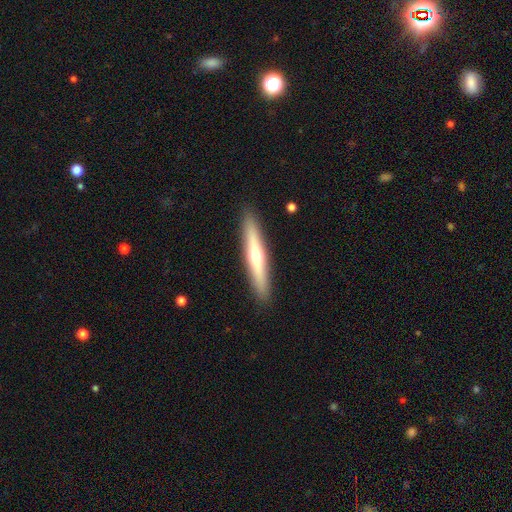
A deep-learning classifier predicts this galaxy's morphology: This appears to be a featured or disk galaxy (53%) viewed edge-on (94%). Merging: none (91%).